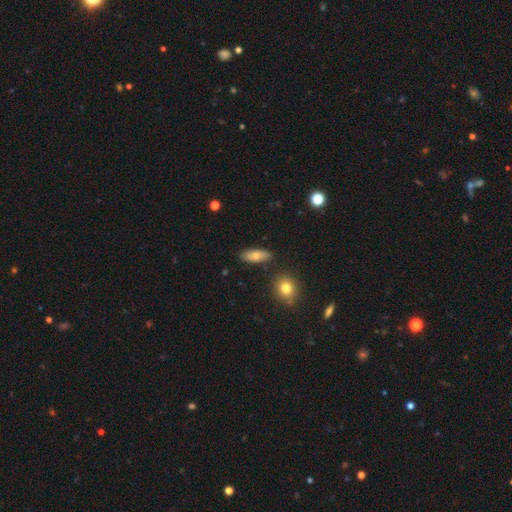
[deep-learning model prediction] The model was most divided on "how rounded": in between: 73%, cigar-shaped: 23%, round: 4%. More confident: merging — none (83%); smooth or featured — smooth (73%).